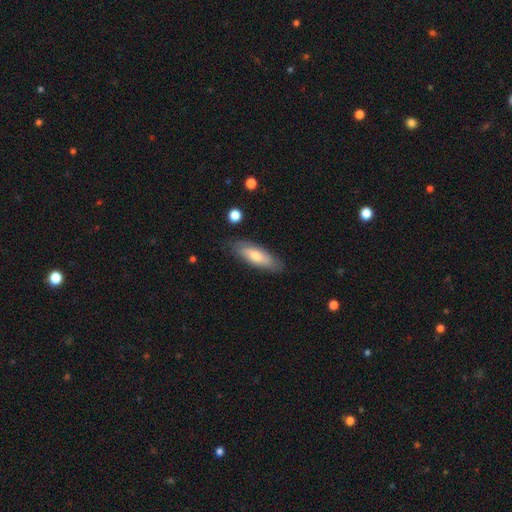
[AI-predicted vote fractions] Smooth or featured: smooth — 67% (featured or disk — 27%)
How rounded: in between — 54% (cigar-shaped — 44%)
Merging: none — 83% (minor disturbance — 13%)